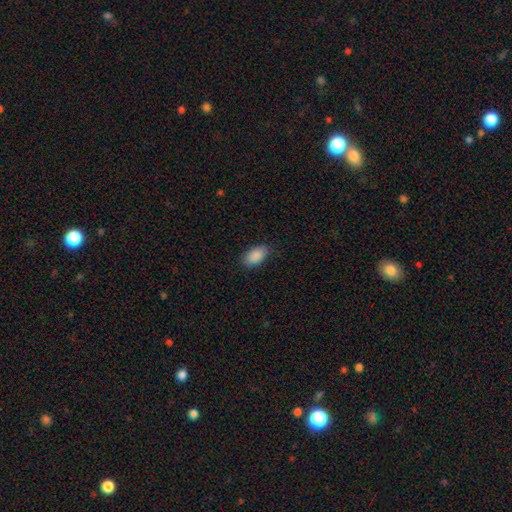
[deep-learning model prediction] Smooth or featured? Predicted: smooth (p=0.90). How rounded? Predicted: in between (p=0.94). Merging? Predicted: none (p=0.84).